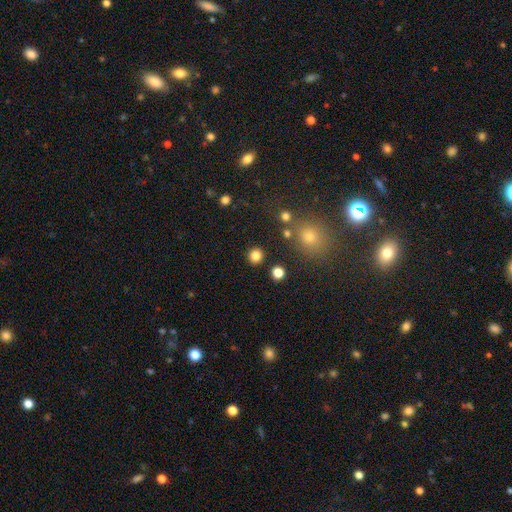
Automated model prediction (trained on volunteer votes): Q: Smooth or featured?
A: smooth (83%); runner-up: star or artifact (13%)
Q: How rounded?
A: round (91%); runner-up: in between (8%)
Q: Merging?
A: none (89%); runner-up: minor disturbance (6%)